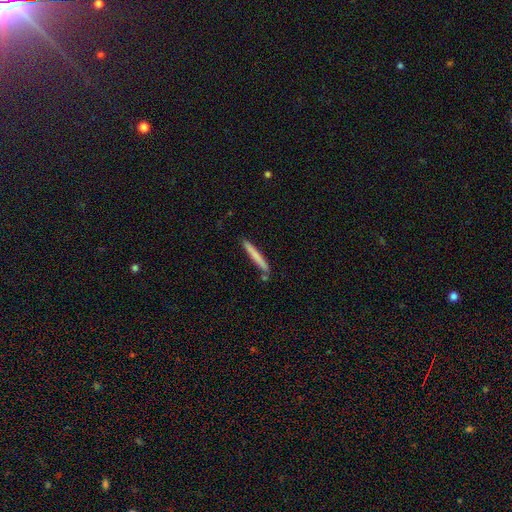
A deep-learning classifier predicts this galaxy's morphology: The model was most divided on "smooth or featured": smooth: 72%, featured or disk: 23%, star or artifact: 5%. More confident: how rounded — cigar-shaped (97%); merging — none (85%).